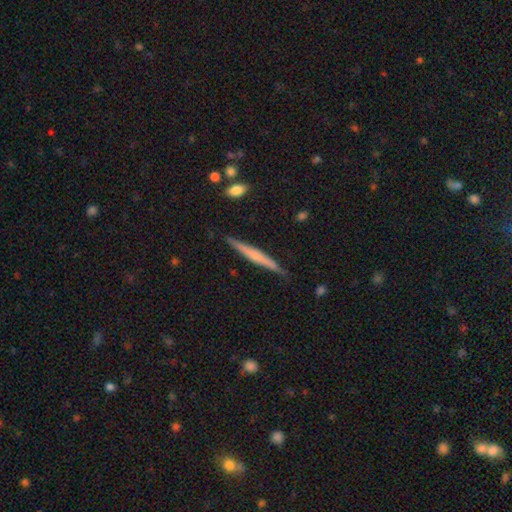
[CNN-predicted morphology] Smooth or featured: featured or disk — 52% (smooth — 42%)
Edge-on disk: yes — 97% (no — 3%)
Edge-on bulge: none — 53% (rounded — 33%)
Merging: none — 87% (minor disturbance — 10%)